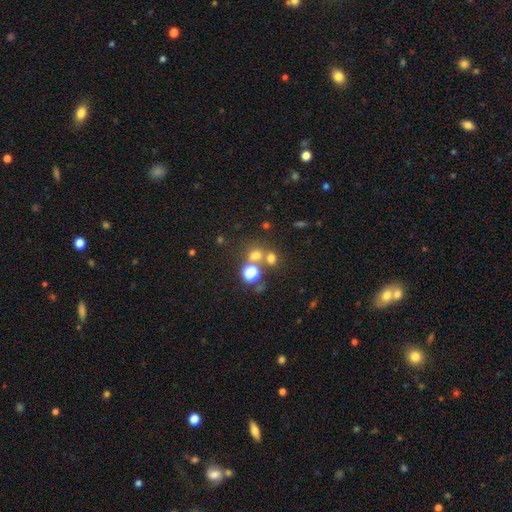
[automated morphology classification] Q: Smooth or featured?
A: smooth (60%); runner-up: star or artifact (29%)
Q: How rounded?
A: round (77%); runner-up: in between (21%)
Q: Merging?
A: none (56%); runner-up: merger (31%)